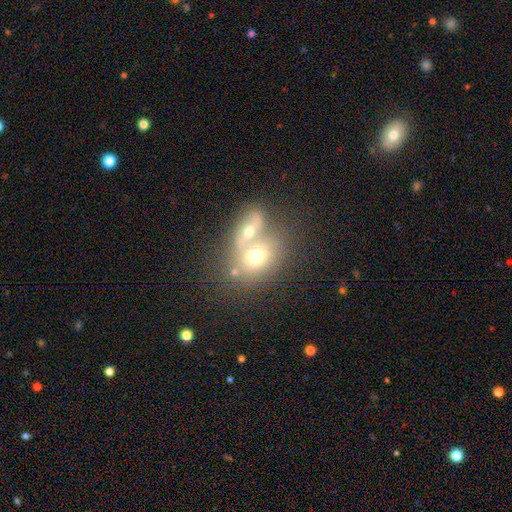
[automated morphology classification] Smooth or featured? smooth (62%)
How rounded? in between (53%)
Merging? merger (61%)